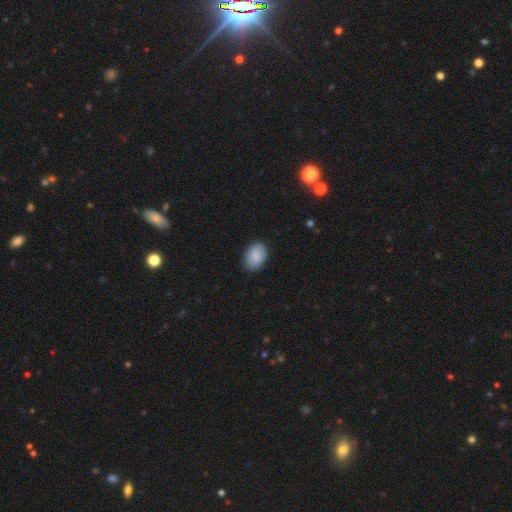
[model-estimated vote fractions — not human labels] The model was most divided on "merging": none: 78%, minor disturbance: 17%, major disturbance: 3%, merger: 1%. More confident: smooth or featured — smooth (87%); how rounded — in between (84%).